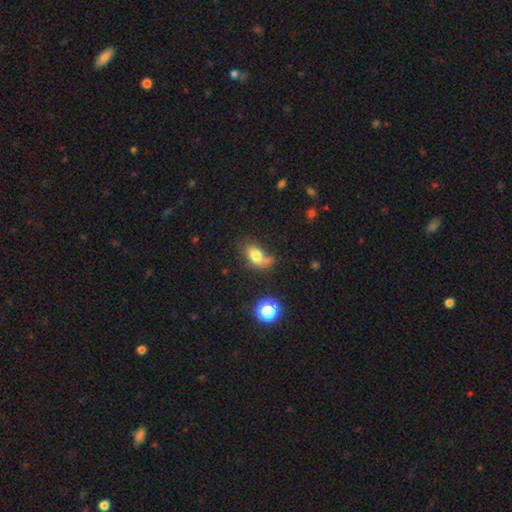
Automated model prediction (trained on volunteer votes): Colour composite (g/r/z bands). It shows a smooth galaxy with no disk features (75%) that is in between round and cigar-shaped (83%). Merging: none (43%).